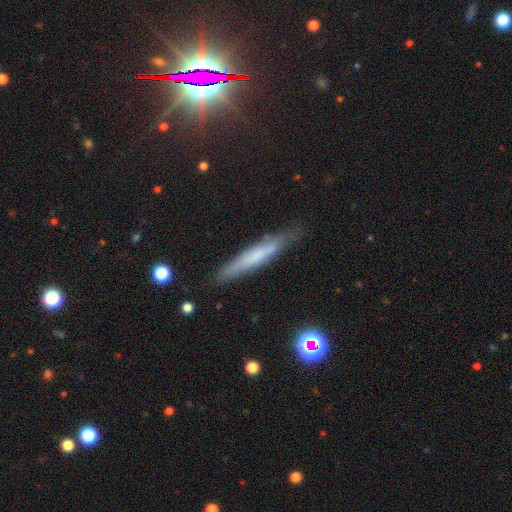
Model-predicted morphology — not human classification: This appears to be a smooth galaxy with no disk features (53%) that is cigar-shaped (92%). Merging: none (78%).